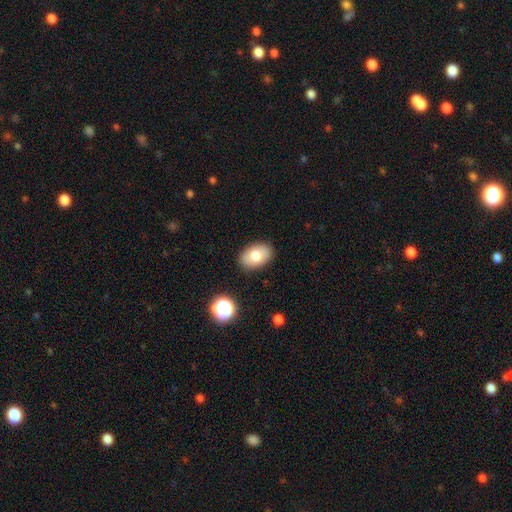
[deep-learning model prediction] Morphology: type=smooth (76%); roundness=in between (87%); merging=none (87%).